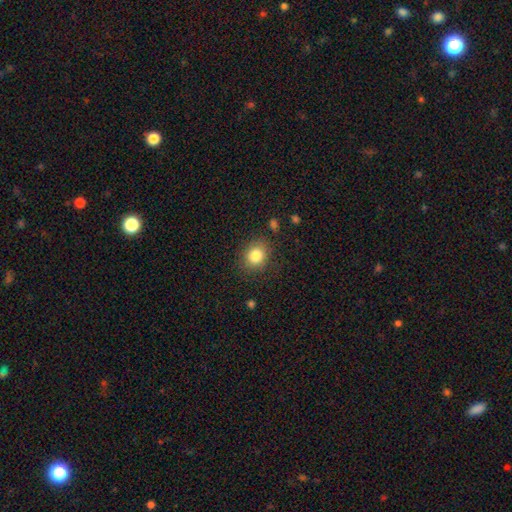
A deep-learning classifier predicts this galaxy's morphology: A smooth galaxy with no disk features (83%) that is round (63%). Merging: none (83%).